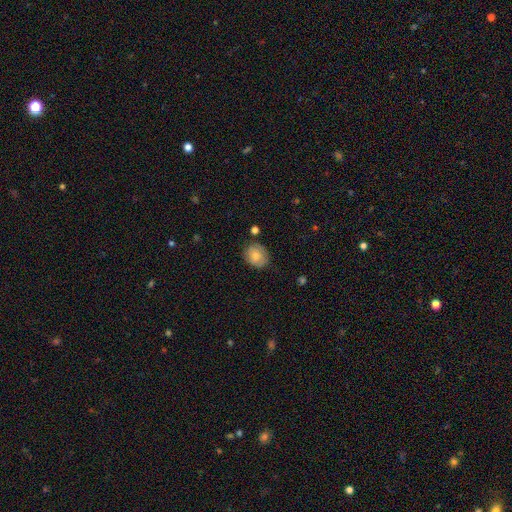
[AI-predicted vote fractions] Q: Smooth or featured?
A: smooth (78%); runner-up: featured or disk (14%)
Q: How rounded?
A: round (60%); runner-up: in between (40%)
Q: Merging?
A: none (77%); runner-up: minor disturbance (17%)